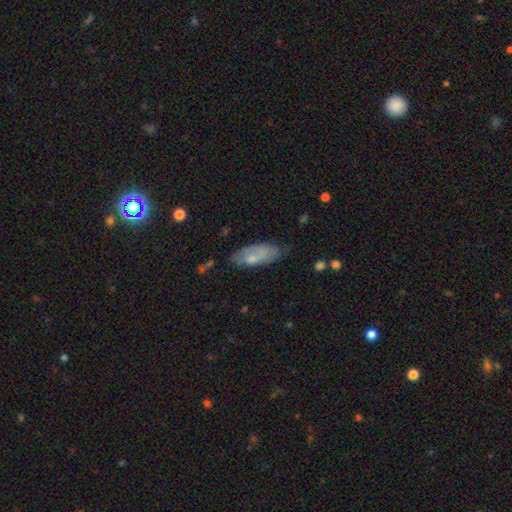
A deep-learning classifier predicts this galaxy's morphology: Smooth or featured: smooth — 65% (featured or disk — 28%)
How rounded: in between — 80% (cigar-shaped — 18%)
Merging: none — 62% (minor disturbance — 28%)